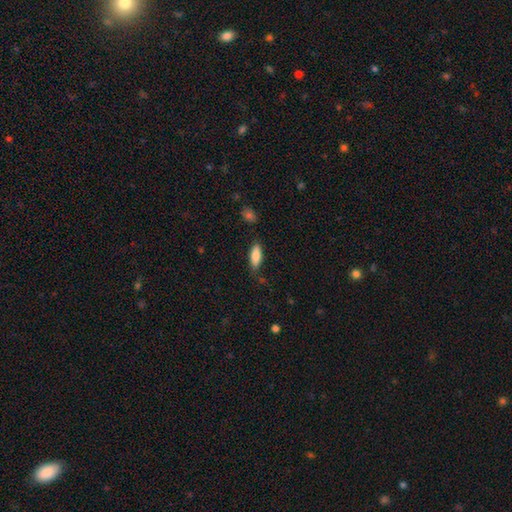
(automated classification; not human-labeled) Smooth or featured: smooth — 84% (featured or disk — 10%)
How rounded: in between — 70% (cigar-shaped — 28%)
Merging: none — 80% (minor disturbance — 15%)